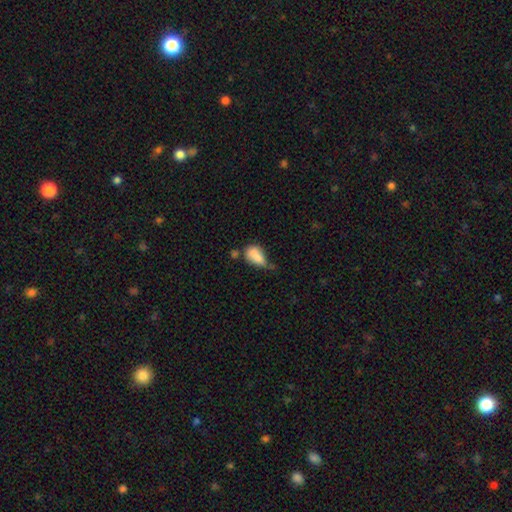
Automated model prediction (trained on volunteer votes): smooth_or_featured: smooth (p=0.76) [alt: featured or disk p=0.15]
how_rounded: in between (p=0.84) [alt: round p=0.11]
merging: minor disturbance (p=0.31) [alt: merger p=0.27]